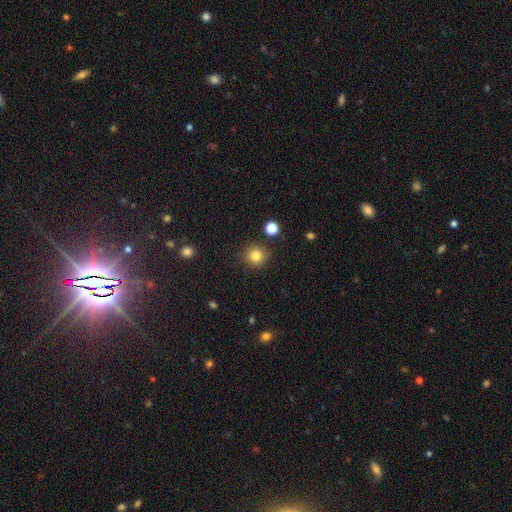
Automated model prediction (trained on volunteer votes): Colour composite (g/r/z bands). It shows a smooth galaxy with no disk features (82%) that is round (93%). Merging: none (88%).